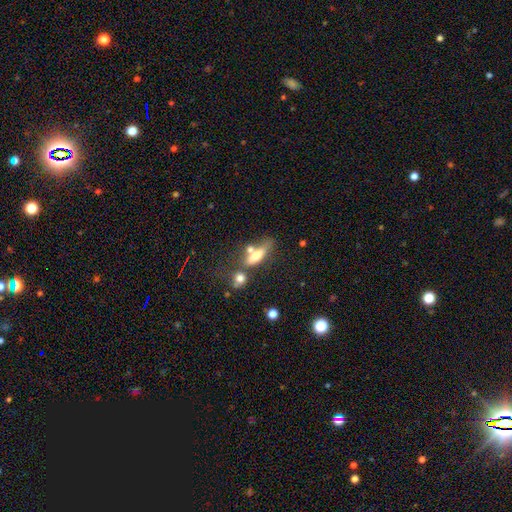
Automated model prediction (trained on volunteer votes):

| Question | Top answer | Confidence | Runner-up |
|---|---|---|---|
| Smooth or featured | smooth | 63% | featured or disk (27%) |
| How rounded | in between | 53% | cigar-shaped (43%) |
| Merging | none | 38% | merger (33%) |